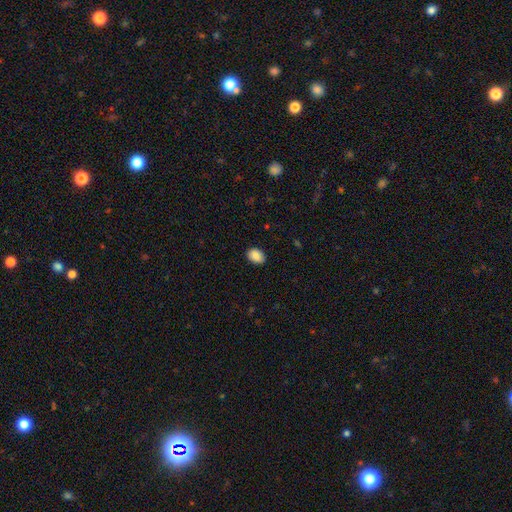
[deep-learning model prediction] Q: Smooth or featured?
A: smooth (88%); runner-up: star or artifact (7%)
Q: How rounded?
A: in between (77%); runner-up: round (22%)
Q: Merging?
A: none (88%); runner-up: minor disturbance (9%)